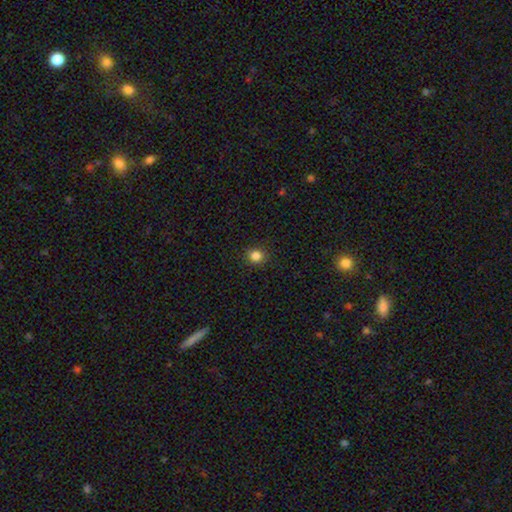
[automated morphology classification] A smooth galaxy with no disk features (84%) that is round (84%). Merging: none (90%).